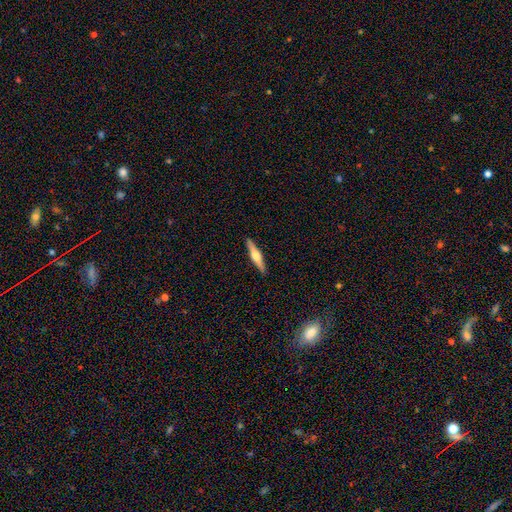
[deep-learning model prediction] Smooth or featured?
  - featured or disk: 62% *
  - smooth: 33%
  - star or artifact: 5%
Edge-on disk?
  - yes: 97% *
  - no: 3%
Edge-on bulge?
  - rounded: 90% *
  - boxy: 7%
  - none: 3%
Merging?
  - none: 91% *
  - minor disturbance: 6%
  - major disturbance: 1%
  - merger: 1%